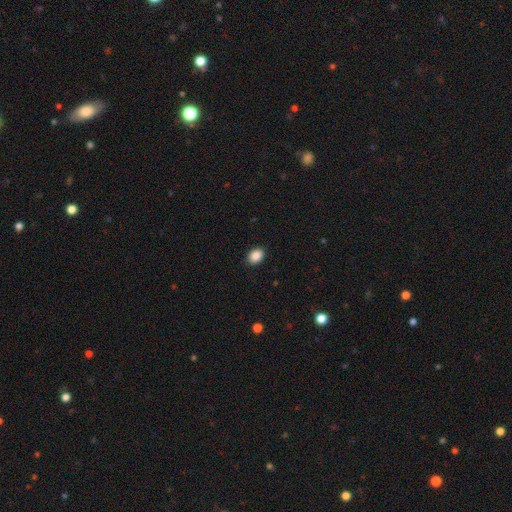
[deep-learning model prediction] Q: Smooth or featured?
A: smooth (89%); runner-up: star or artifact (8%)
Q: How rounded?
A: in between (68%); runner-up: round (31%)
Q: Merging?
A: none (90%); runner-up: minor disturbance (7%)